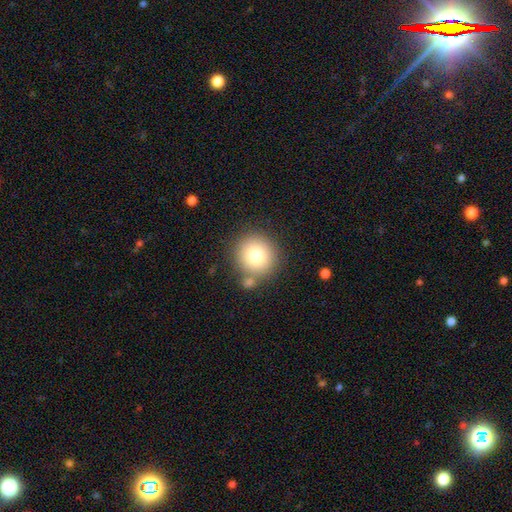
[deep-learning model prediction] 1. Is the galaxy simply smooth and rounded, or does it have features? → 81% smooth, 10% featured or disk, 9% star or artifact.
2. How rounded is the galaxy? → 93% round, 6% in between, 1% cigar-shaped.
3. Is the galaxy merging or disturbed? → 75% none, 11% merger, 10% minor disturbance, 4% major disturbance.